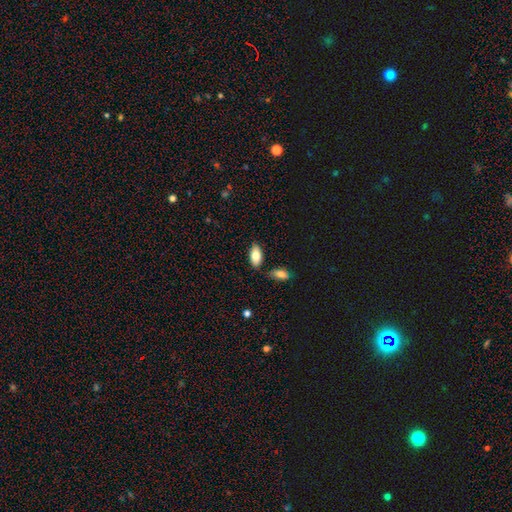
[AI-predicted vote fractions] smooth_or_featured: smooth (p=0.80) [alt: featured or disk p=0.14]
how_rounded: in between (p=0.92) [alt: cigar-shaped p=0.05]
merging: none (p=0.81) [alt: minor disturbance p=0.11]